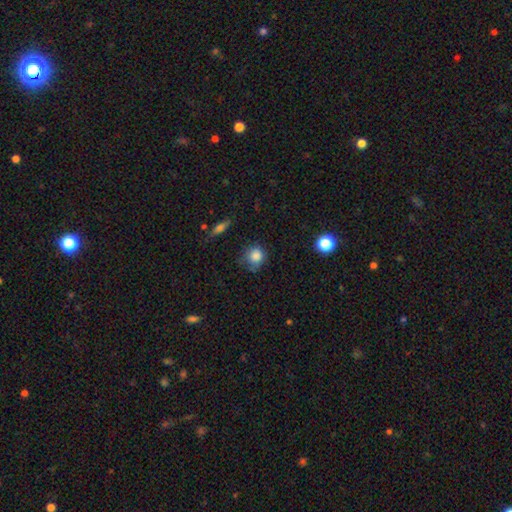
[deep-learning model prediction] smooth-or-featured: smooth: 83% | star or artifact: 11% | featured or disk: 7%
  how-rounded: round: 82% | in between: 16% | cigar-shaped: 1%
  merging: none: 61% | minor disturbance: 28% | major disturbance: 8% | merger: 3%